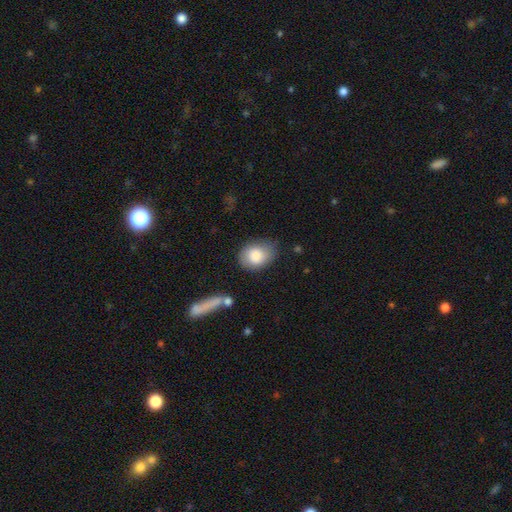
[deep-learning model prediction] smooth_or_featured: smooth (p=0.81) [alt: featured or disk p=0.12]
how_rounded: in between (p=0.64) [alt: round p=0.35]
merging: none (p=0.65) [alt: minor disturbance p=0.25]